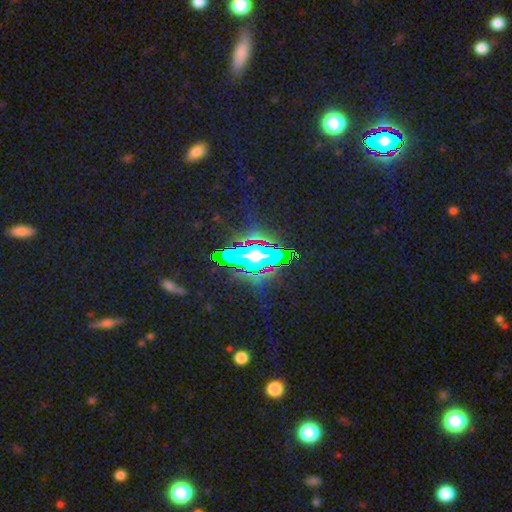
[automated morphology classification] star or artifact 61%, smooth 21%, featured or disk 19%.